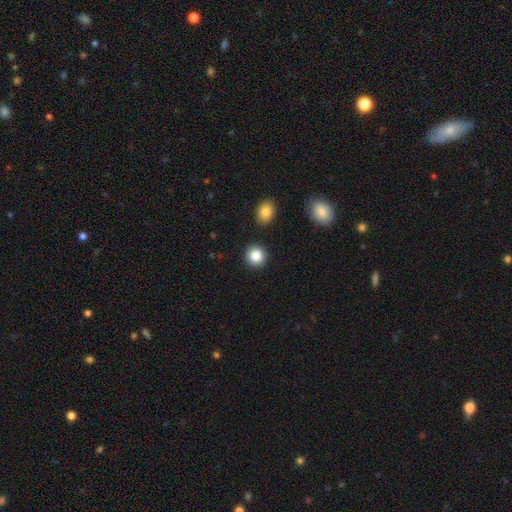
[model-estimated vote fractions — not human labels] Overall: smooth (86%). How rounded: round (90%). Merging: none (90%).